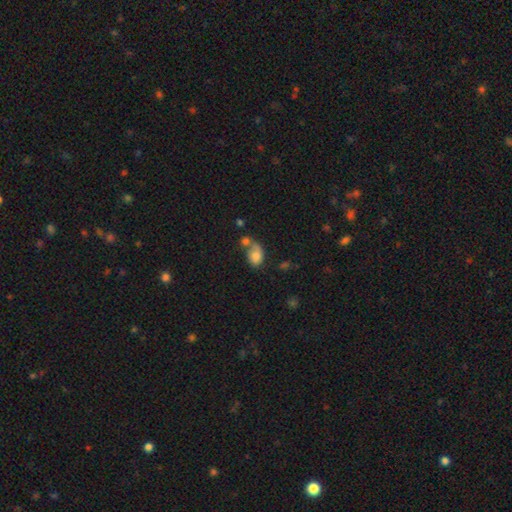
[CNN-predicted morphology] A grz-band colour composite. It shows a smooth galaxy with no disk features (74%) that is in between round and cigar-shaped (75%). Merging: merger (41%).